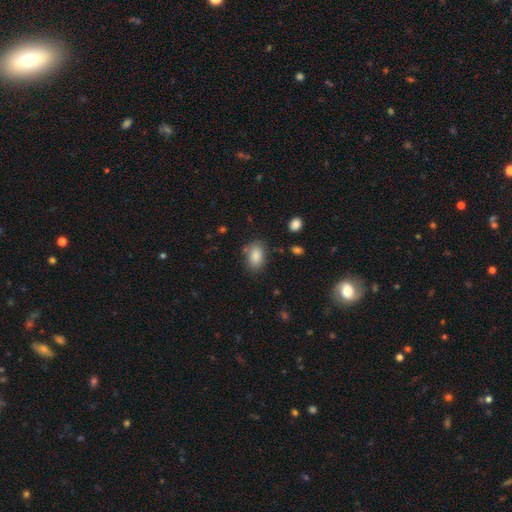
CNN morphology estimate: type=smooth (86%); roundness=in between (87%); merging=none (78%).